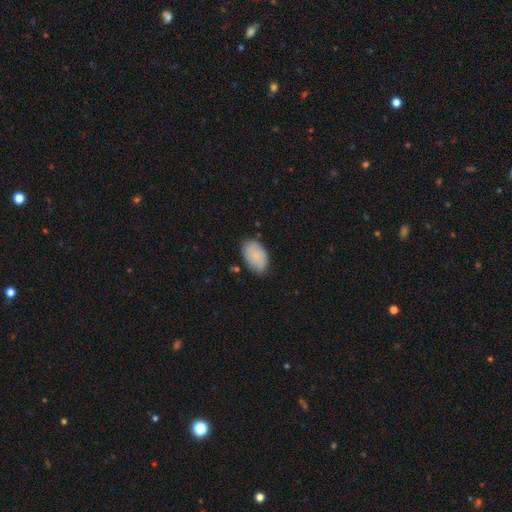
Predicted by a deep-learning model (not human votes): This appears to be a smooth galaxy with no disk features (67%) that is in between round and cigar-shaped (91%). Merging: none (73%).